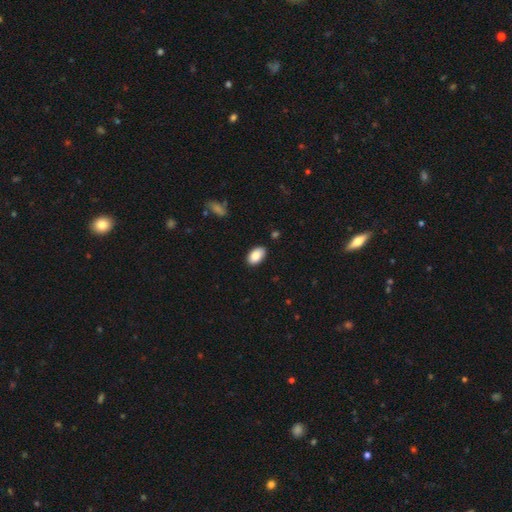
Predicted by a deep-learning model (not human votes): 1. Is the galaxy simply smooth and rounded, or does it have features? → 87% smooth, 7% star or artifact, 7% featured or disk.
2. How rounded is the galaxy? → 94% in between, 5% round, 1% cigar-shaped.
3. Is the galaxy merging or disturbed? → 86% none, 11% minor disturbance, 2% major disturbance, 1% merger.